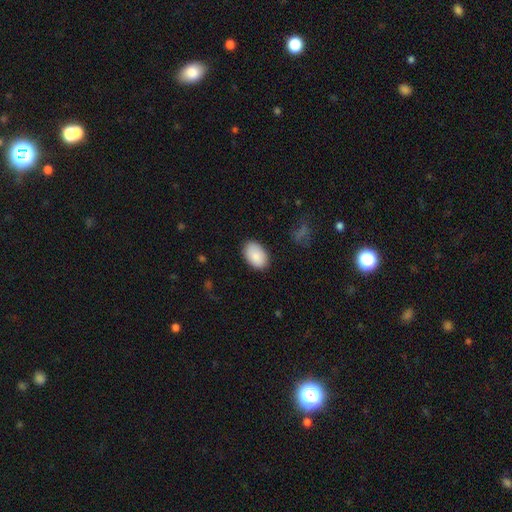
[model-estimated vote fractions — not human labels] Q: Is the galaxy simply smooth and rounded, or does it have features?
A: smooth — 89%.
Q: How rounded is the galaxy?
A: in between — 92%.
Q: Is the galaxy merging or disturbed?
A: none — 85%.